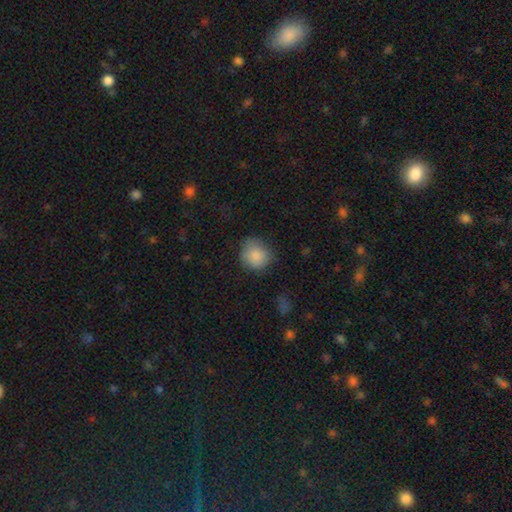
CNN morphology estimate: Overall: smooth (86%). How rounded: round (87%). Merging: none (74%).